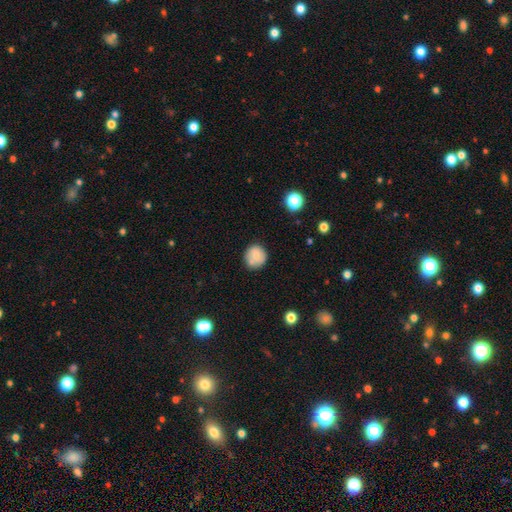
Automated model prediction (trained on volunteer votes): The model was most divided on "merging": none: 72%, minor disturbance: 16%, merger: 8%, major disturbance: 4%. More confident: how rounded — round (89%); smooth or featured — smooth (75%).